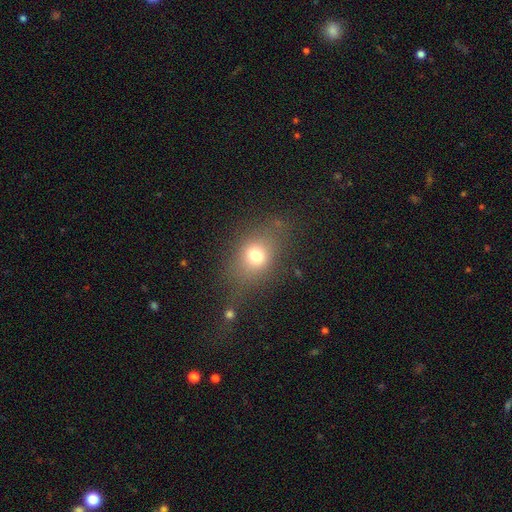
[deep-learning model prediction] Smooth or featured?
  - smooth: 71% *
  - star or artifact: 15%
  - featured or disk: 14%
How rounded?
  - in between: 52% *
  - round: 46%
  - cigar-shaped: 2%
Merging?
  - none: 63% *
  - minor disturbance: 18%
  - major disturbance: 12%
  - merger: 7%